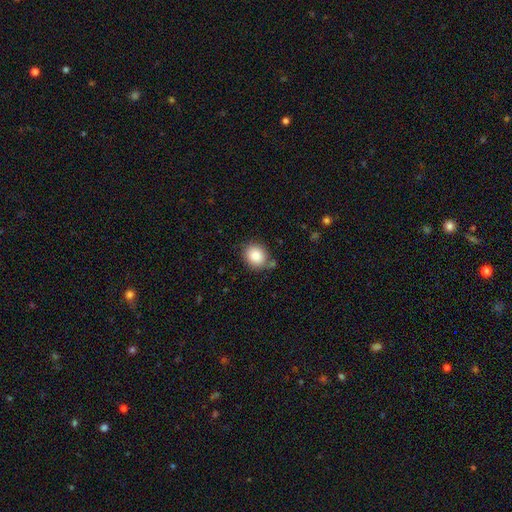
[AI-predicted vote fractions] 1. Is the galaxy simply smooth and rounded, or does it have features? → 84% smooth, 9% star or artifact, 7% featured or disk.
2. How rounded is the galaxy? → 68% round, 31% in between, 1% cigar-shaped.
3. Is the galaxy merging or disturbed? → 76% none, 14% minor disturbance, 7% merger, 4% major disturbance.